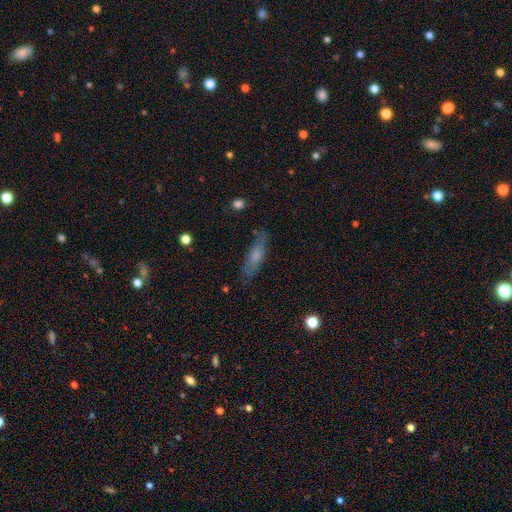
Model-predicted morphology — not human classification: Smooth or featured? smooth (62%)
How rounded? cigar-shaped (63%)
Merging? none (77%)